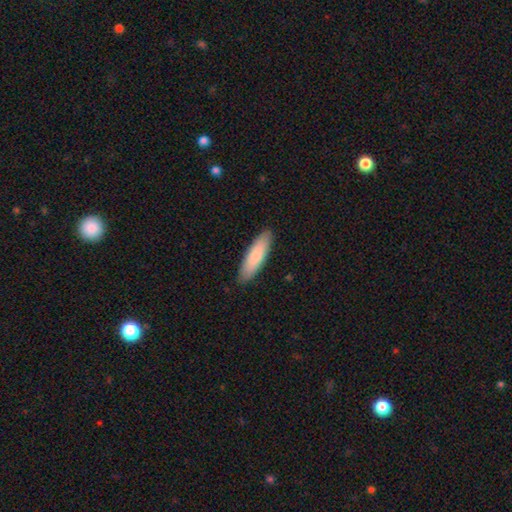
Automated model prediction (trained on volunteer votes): smooth-or-featured: smooth: 83% | featured or disk: 12% | star or artifact: 5%
  how-rounded: cigar-shaped: 60% | in between: 38% | round: 1%
  merging: none: 89% | minor disturbance: 9% | major disturbance: 2% | merger: 1%